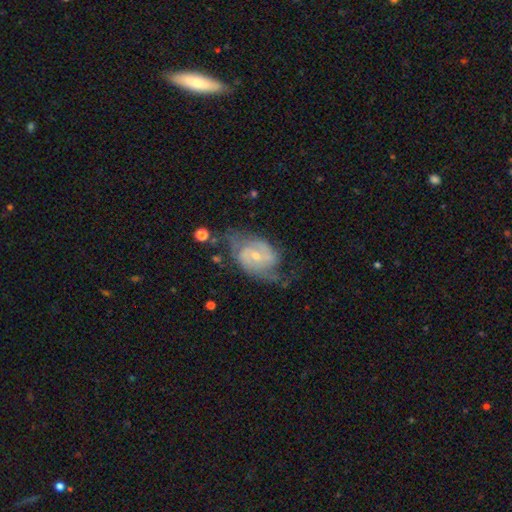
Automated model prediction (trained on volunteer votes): A featured or disk galaxy (80%) with no bar (49%), 2 (71%) medium (44%) spiral arms (89%) and a small central bulge (59%).

Vote fractions:
- Smooth or featured? featured or disk: 80% / smooth: 13% / star or artifact: 6%
- Edge-on disk? no: 96% / yes: 4%
- Bar? no: 49% / weak: 40% / strong: 11%
- Spiral arms? yes: 89% / no: 11%
- Spiral winding? medium: 44% / tight: 34% / loose: 23%
- Spiral arm count? 2: 71% / can't tell: 17% / 3: 5% / 1: 3% / 4: 2% / more than 4: 2%
- Bulge size? small: 59% / moderate: 38% / large: 2% / none: 1% / dominant: 1%
- Merging? none: 54% / minor disturbance: 24% / major disturbance: 20% / merger: 3%